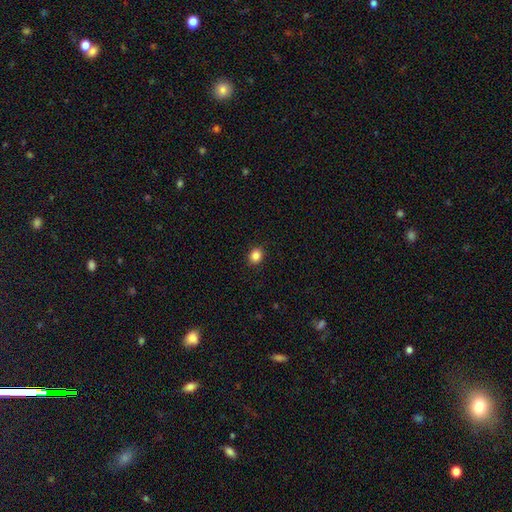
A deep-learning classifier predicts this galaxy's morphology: smooth-or-featured: smooth: 86% | star or artifact: 10% | featured or disk: 4%
  how-rounded: round: 59% | in between: 40% | cigar-shaped: 1%
  merging: none: 89% | minor disturbance: 8% | major disturbance: 2% | merger: 1%